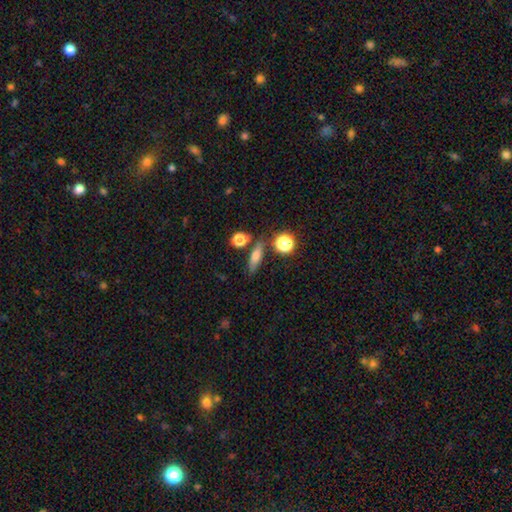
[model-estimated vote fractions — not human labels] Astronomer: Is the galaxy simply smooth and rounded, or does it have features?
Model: smooth — 67%.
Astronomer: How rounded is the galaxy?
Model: cigar-shaped — 52% (runner-up: in between, 37%).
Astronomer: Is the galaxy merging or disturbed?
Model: none — 76%.